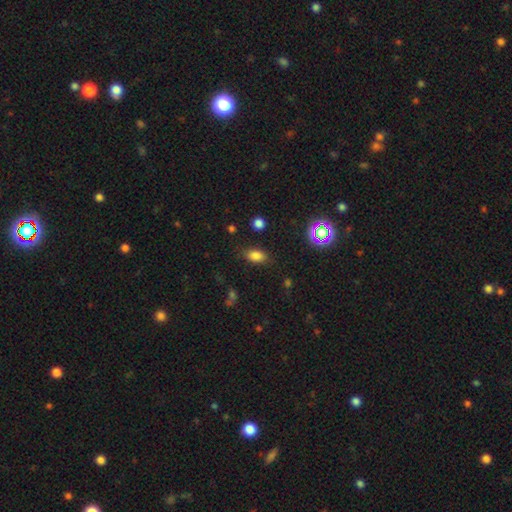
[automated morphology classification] Smooth or featured? Predicted: smooth (p=0.79). How rounded? Predicted: in between (p=0.86). Merging? Predicted: none (p=0.81).